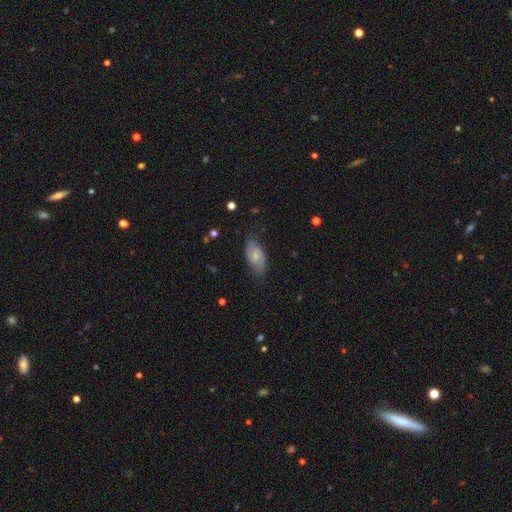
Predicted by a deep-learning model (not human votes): Smooth or featured?
  - featured or disk: 54% *
  - smooth: 39%
  - star or artifact: 7%
Edge-on disk?
  - no: 94% *
  - yes: 6%
Bar?
  - no: 54% *
  - weak: 39%
  - strong: 7%
Spiral arms?
  - yes: 86% *
  - no: 14%
Bulge size?
  - small: 62% *
  - moderate: 30%
  - none: 5%
  - large: 2%
  - dominant: 1%
Merging?
  - none: 74% *
  - minor disturbance: 20%
  - major disturbance: 5%
  - merger: 1%